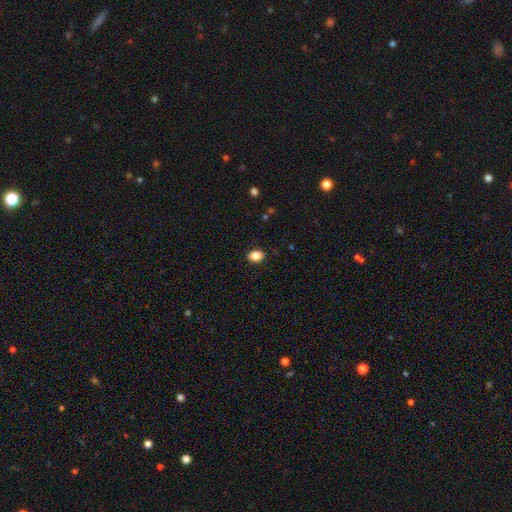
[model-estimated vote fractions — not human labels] Smooth or featured? Predicted: smooth (p=0.86). How rounded? Predicted: in between (p=0.71). Merging? Predicted: none (p=0.89).